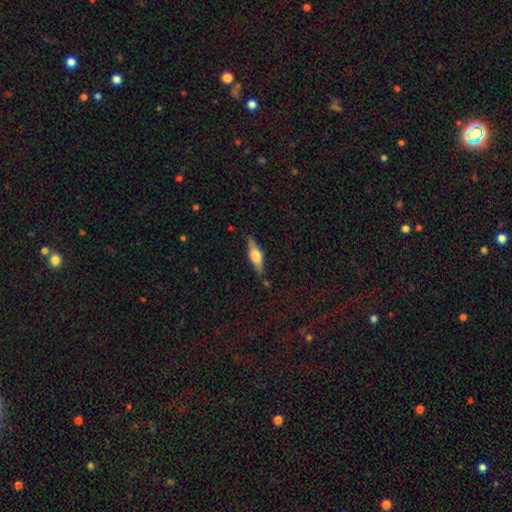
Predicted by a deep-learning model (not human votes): The model was most divided on "smooth or featured": featured or disk: 56%, smooth: 38%, star or artifact: 7%. More confident: edge-on disk — yes (94%); edge-on bulge — rounded (88%); merging — none (84%).